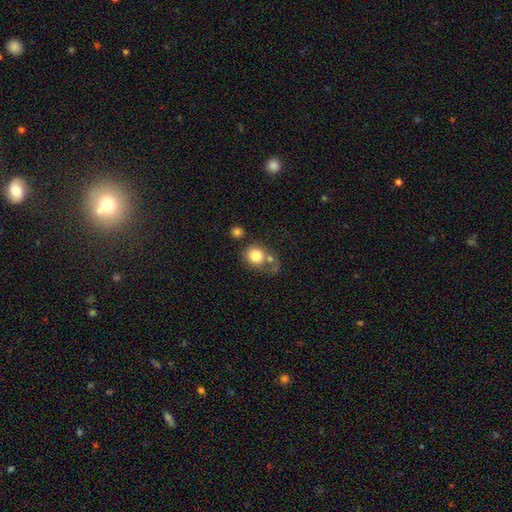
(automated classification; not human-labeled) smooth_or_featured: smooth (p=0.79) [alt: featured or disk p=0.11]
how_rounded: round (p=0.76) [alt: in between p=0.23]
merging: none (p=0.46) [alt: merger p=0.27]